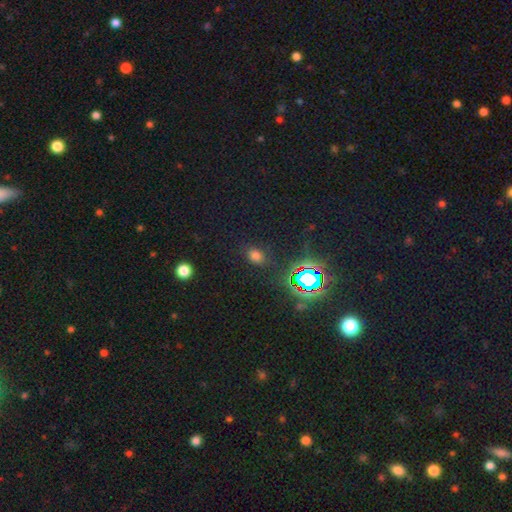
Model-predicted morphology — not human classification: This appears to be a smooth galaxy with no disk features (64%) that is in between round and cigar-shaped (57%). Merging: none (84%).